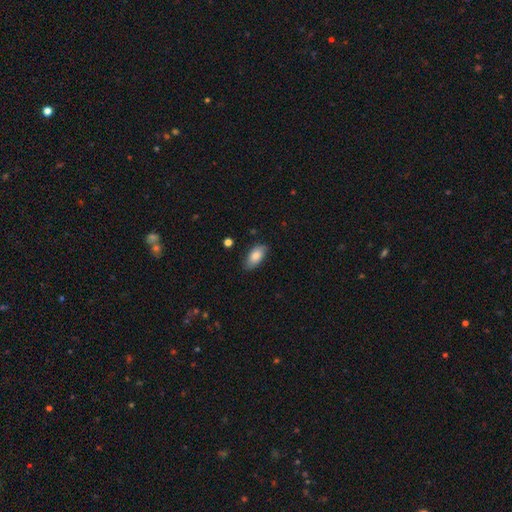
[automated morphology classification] type=smooth (81%); roundness=in between (92%); merging=none (79%).